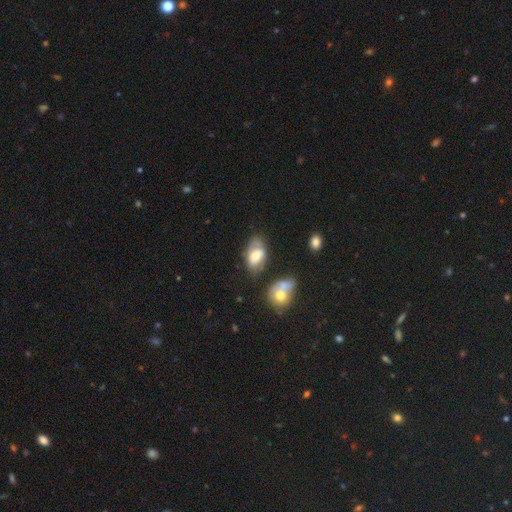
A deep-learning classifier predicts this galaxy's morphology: Smooth or featured?
  - smooth: 47% *
  - featured or disk: 46%
  - star or artifact: 8%
Merging?
  - none: 49% *
  - minor disturbance: 26%
  - merger: 13%
  - major disturbance: 12%